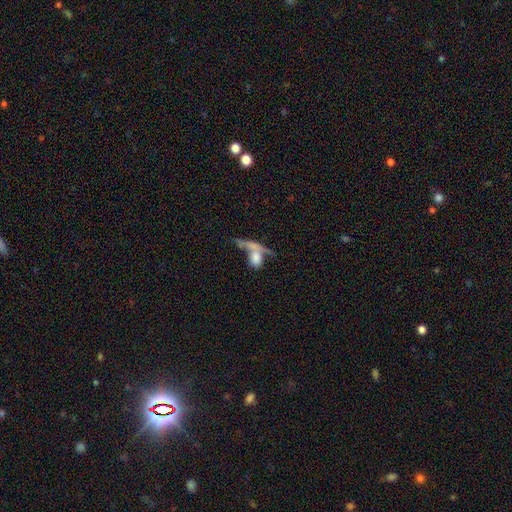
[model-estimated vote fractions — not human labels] Q: Smooth or featured?
A: smooth (65%); runner-up: featured or disk (24%)
Q: How rounded?
A: in between (50%); runner-up: round (28%)
Q: Merging?
A: merger (48%); runner-up: none (27%)